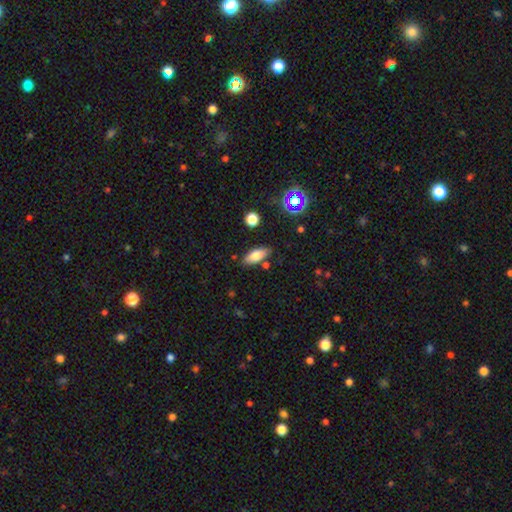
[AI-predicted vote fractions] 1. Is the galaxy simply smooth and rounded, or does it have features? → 73% smooth, 17% featured or disk, 10% star or artifact.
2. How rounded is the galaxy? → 77% in between, 20% cigar-shaped, 3% round.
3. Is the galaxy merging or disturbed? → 80% none, 12% minor disturbance, 5% merger, 3% major disturbance.